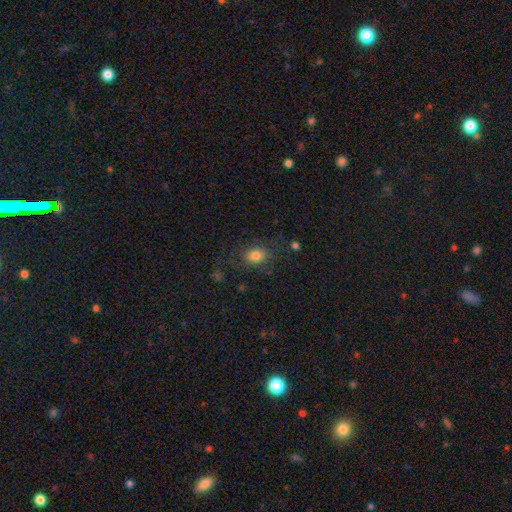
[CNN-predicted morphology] The model was most divided on "how rounded": in between: 62%, round: 37%, cigar-shaped: 1%. More confident: smooth or featured — smooth (77%); merging — none (69%).